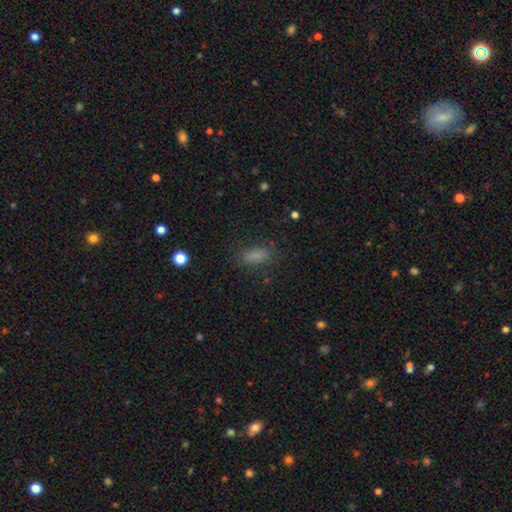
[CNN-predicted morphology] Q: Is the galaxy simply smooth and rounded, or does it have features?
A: smooth — 82%.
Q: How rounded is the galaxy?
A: in between — 79%.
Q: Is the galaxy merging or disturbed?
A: none — 81%.